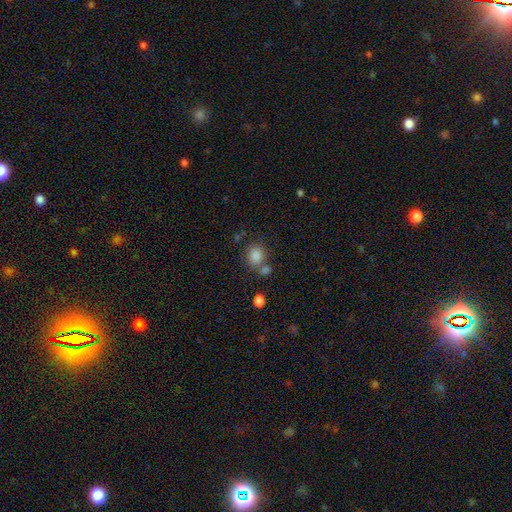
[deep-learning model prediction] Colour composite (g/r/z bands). It shows a smooth galaxy with no disk features (84%) that is round (77%). Merging: none (64%).